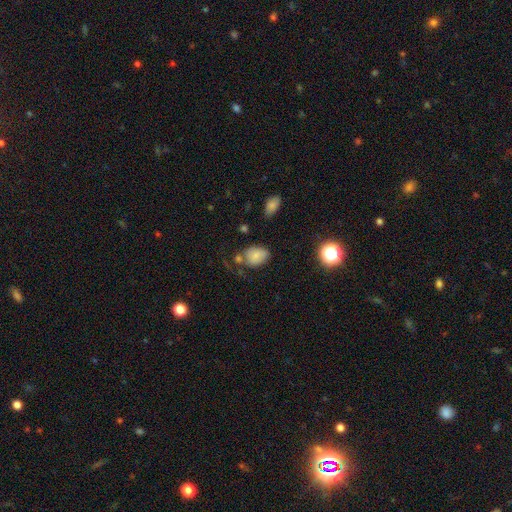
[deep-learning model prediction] This appears to be a smooth galaxy with no disk features (78%) that is in between round and cigar-shaped (74%). Merging: none (59%).